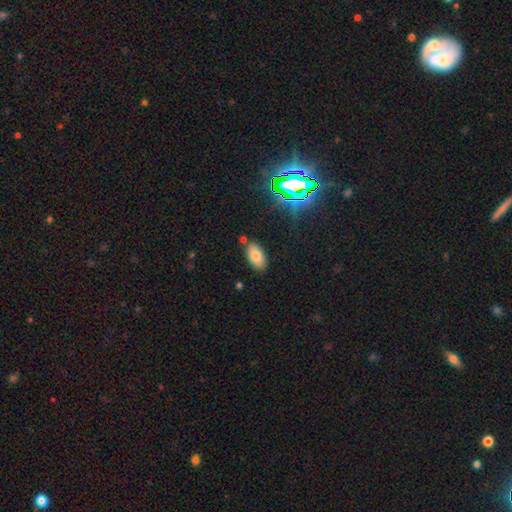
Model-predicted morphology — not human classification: A smooth galaxy with no disk features (76%) that is in between round and cigar-shaped (94%). Merging: none (82%).